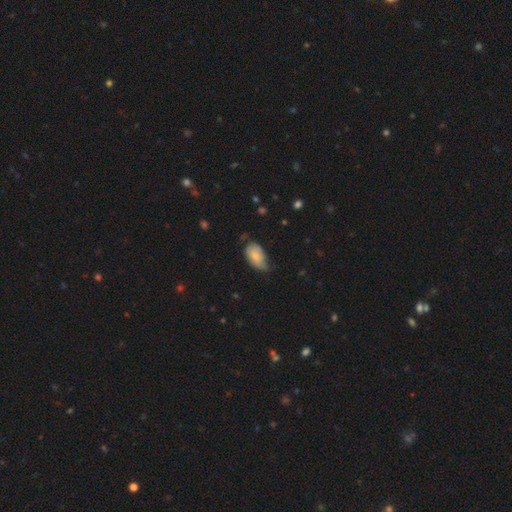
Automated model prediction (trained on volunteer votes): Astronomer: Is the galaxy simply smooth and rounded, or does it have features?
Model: smooth — 76%.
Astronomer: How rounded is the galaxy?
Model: in between — 93%.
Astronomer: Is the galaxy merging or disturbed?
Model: minor disturbance — 45% (runner-up: none, 42%).